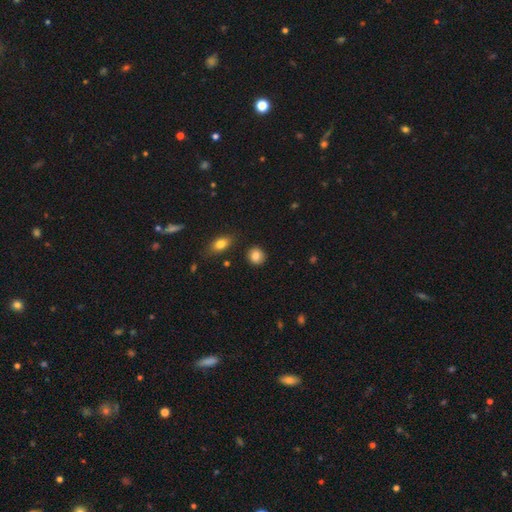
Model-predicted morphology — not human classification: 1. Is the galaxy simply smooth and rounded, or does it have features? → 84% smooth, 9% star or artifact, 7% featured or disk.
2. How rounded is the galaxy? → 83% round, 15% in between, 1% cigar-shaped.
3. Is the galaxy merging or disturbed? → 87% none, 8% minor disturbance, 2% merger, 2% major disturbance.